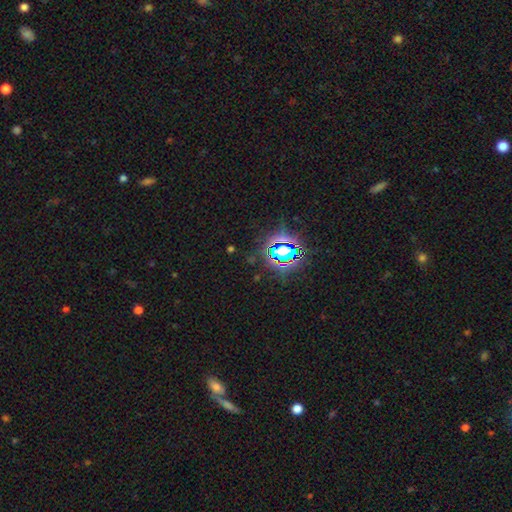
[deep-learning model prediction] Smooth or featured: star or artifact — 78% (smooth — 14%)